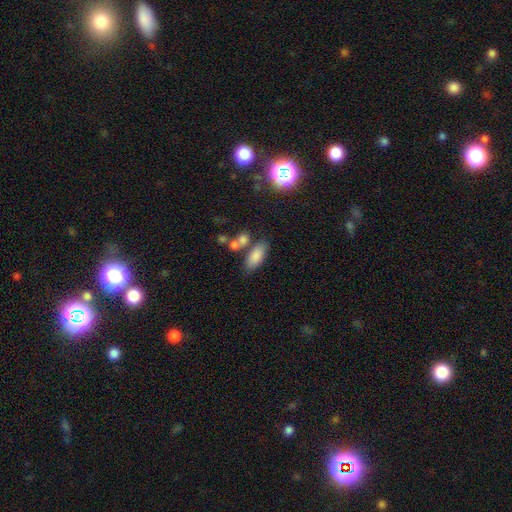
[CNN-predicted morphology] Smooth or featured?
  - smooth: 82% *
  - featured or disk: 9%
  - star or artifact: 9%
How rounded?
  - in between: 83% *
  - cigar-shaped: 14%
  - round: 3%
Merging?
  - none: 63% *
  - merger: 18%
  - minor disturbance: 14%
  - major disturbance: 5%